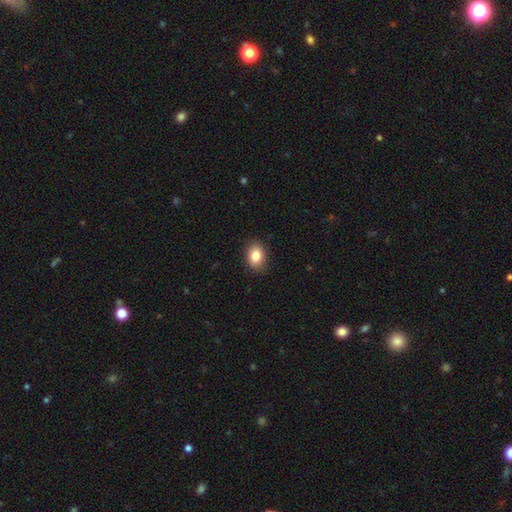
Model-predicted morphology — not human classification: type=smooth (85%); roundness=in between (71%); merging=none (87%).